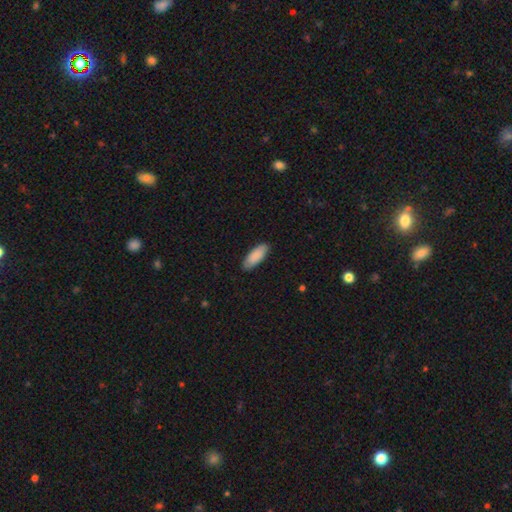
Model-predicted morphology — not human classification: smooth 89%, featured or disk 6%, star or artifact 5%. Down the decision tree: how rounded — in between (76%); merging — none (87%).